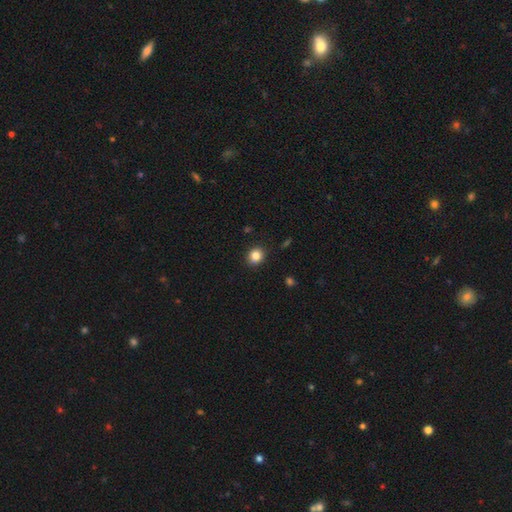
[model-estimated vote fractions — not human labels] This is clearly a smooth galaxy (84%). How rounded: likely round (74%). Merging: clearly none (90%).